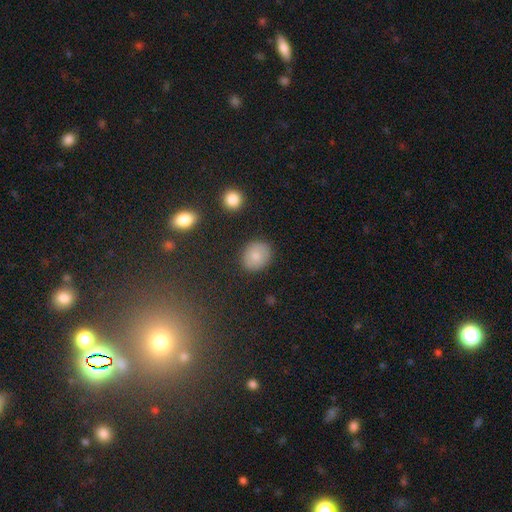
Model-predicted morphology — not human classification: A smooth galaxy with no disk features (78%) that is round (67%). Merging: none (86%).